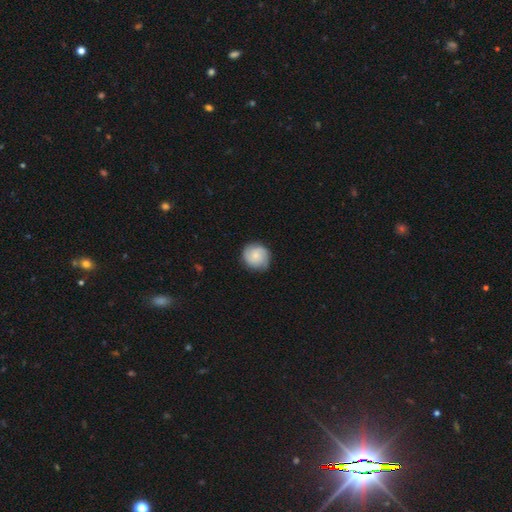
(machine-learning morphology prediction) smooth-or-featured: smooth: 61% | featured or disk: 32% | star or artifact: 7%
  how-rounded: round: 88% | in between: 11% | cigar-shaped: 1%
  merging: none: 82% | minor disturbance: 14% | major disturbance: 3% | merger: 1%